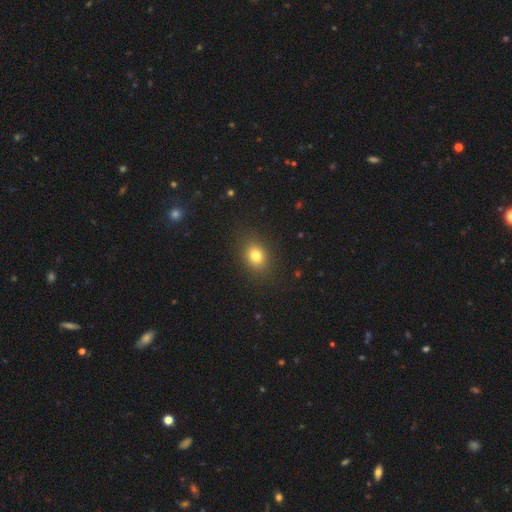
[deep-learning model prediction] Morphology: type=smooth (79%); roundness=in between (53%); merging=none (87%).